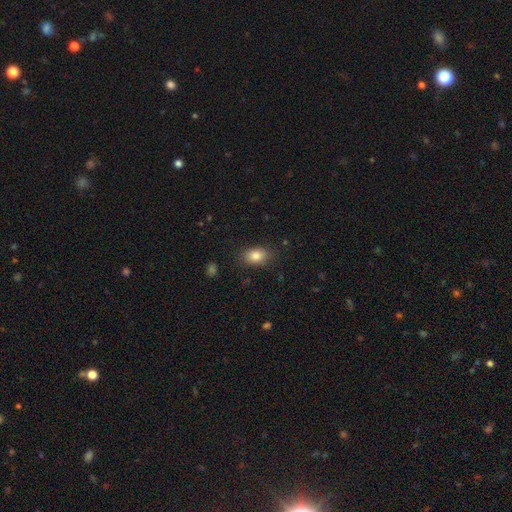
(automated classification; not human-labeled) Smooth or featured? smooth (84%)
How rounded? in between (81%)
Merging? none (84%)